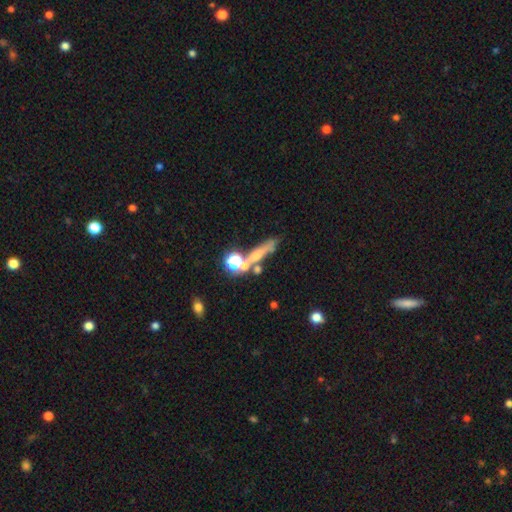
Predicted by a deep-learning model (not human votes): A smooth galaxy with no disk features (46%).

Vote fractions:
- Smooth or featured? smooth: 46% / featured or disk: 30% / star or artifact: 24%
- Merging? none: 50% / merger: 24% / minor disturbance: 14% / major disturbance: 11%